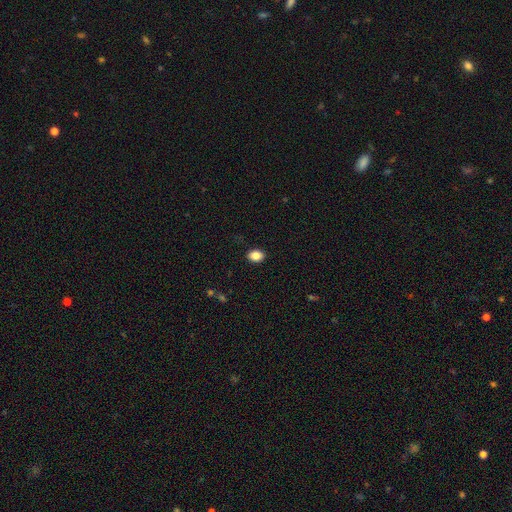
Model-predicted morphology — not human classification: smooth-or-featured: smooth: 87% | star or artifact: 9% | featured or disk: 4%
  how-rounded: in between: 65% | round: 34% | cigar-shaped: 1%
  merging: none: 90% | minor disturbance: 7% | major disturbance: 2% | merger: 1%